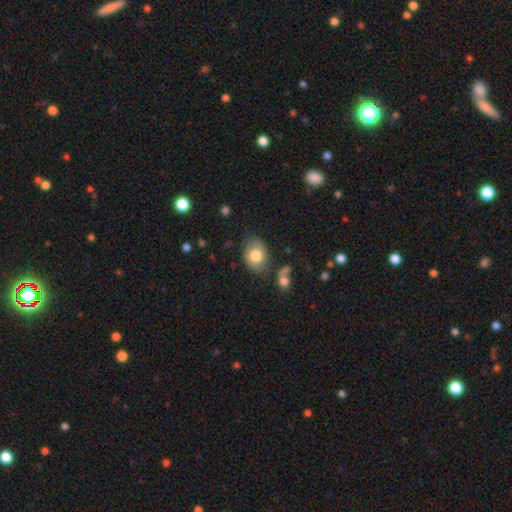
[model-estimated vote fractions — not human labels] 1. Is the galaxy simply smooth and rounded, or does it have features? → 77% smooth, 16% featured or disk, 8% star or artifact.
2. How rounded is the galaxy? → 70% in between, 29% round, 1% cigar-shaped.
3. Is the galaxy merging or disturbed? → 72% none, 18% minor disturbance, 5% major disturbance, 5% merger.